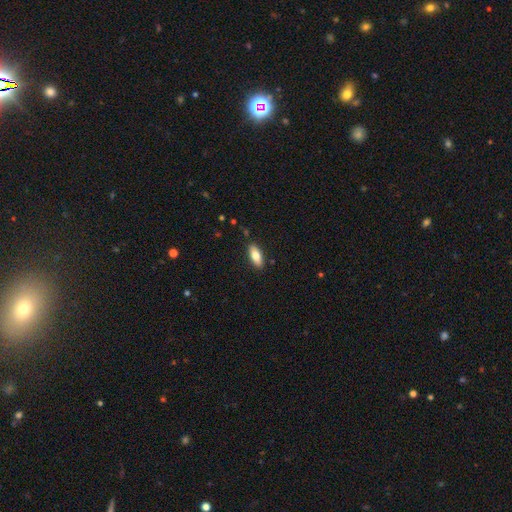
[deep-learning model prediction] Smooth or featured: smooth — 77% (featured or disk — 17%)
How rounded: in between — 78% (cigar-shaped — 20%)
Merging: none — 88% (minor disturbance — 9%)